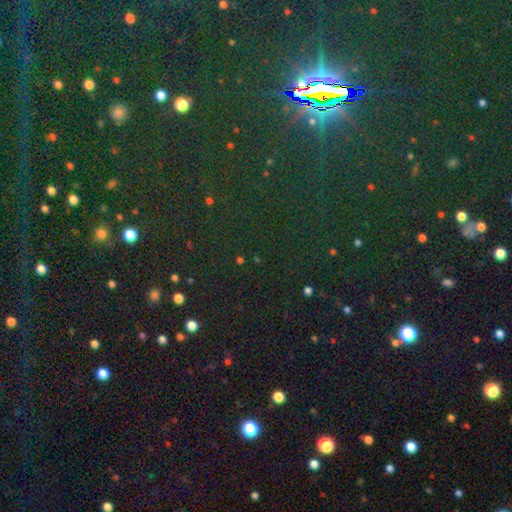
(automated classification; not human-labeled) A star or artifact, not a galaxy (85%).

Vote fractions:
- Smooth or featured? star or artifact: 85% / smooth: 8% / featured or disk: 7%